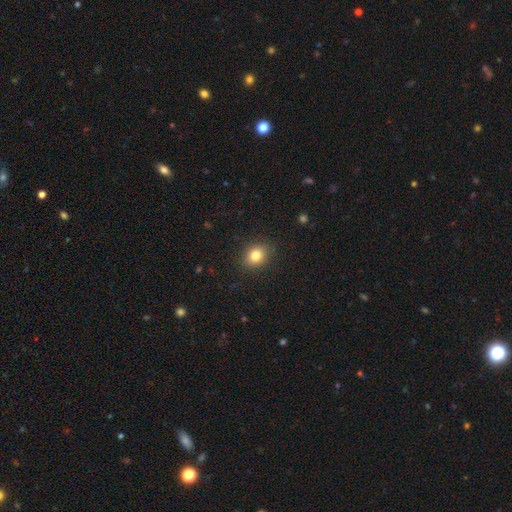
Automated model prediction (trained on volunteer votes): Morphology: type=smooth (81%); roundness=round (61%); merging=none (88%).